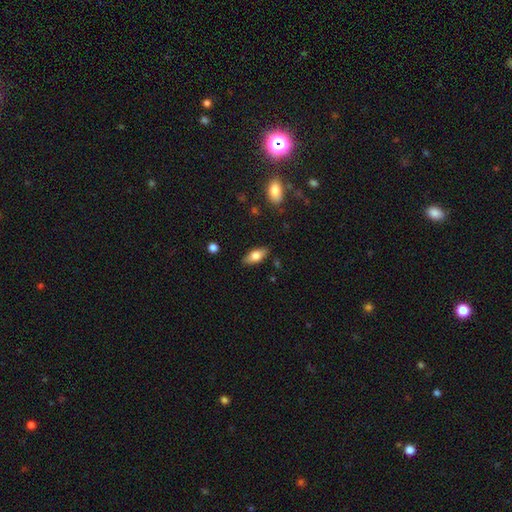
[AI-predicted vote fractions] Overall: smooth (71%). How rounded: in between (81%). Merging: none (85%).